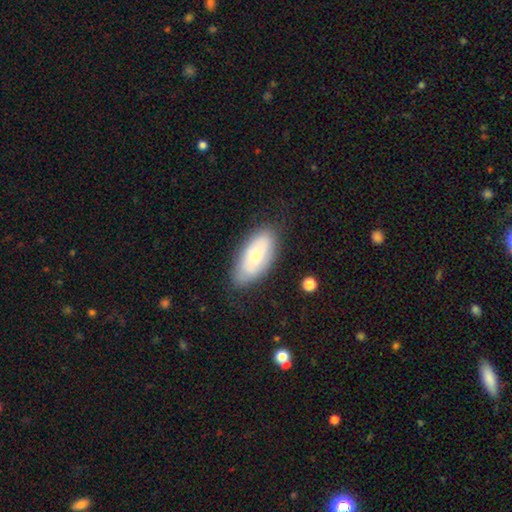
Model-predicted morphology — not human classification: The model was most divided on "smooth or featured": smooth: 58%, featured or disk: 36%, star or artifact: 7%. More confident: how rounded — in between (90%); merging — none (79%).